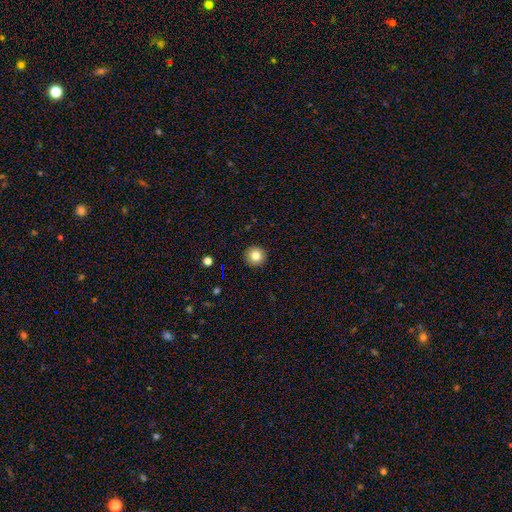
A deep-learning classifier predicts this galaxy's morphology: type=smooth (82%); roundness=round (96%); merging=none (93%).